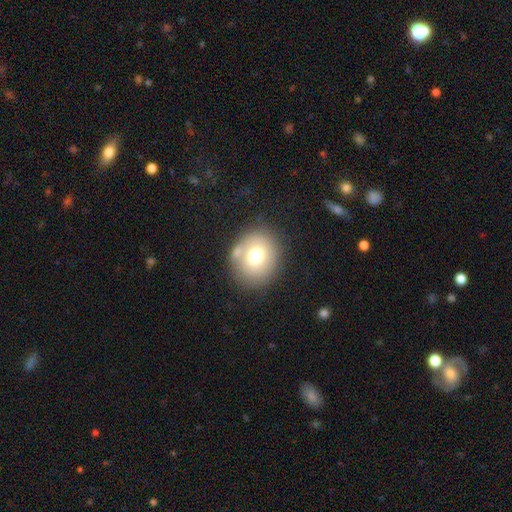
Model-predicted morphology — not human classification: The model was most divided on "how rounded": round: 69%, in between: 30%, cigar-shaped: 1%. More confident: merging — none (71%); smooth or featured — smooth (70%).